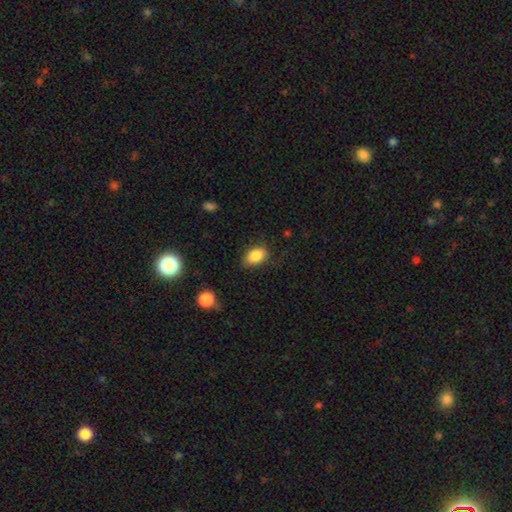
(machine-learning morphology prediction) A smooth galaxy with no disk features (85%) that is in between round and cigar-shaped (86%). Merging: none (77%).